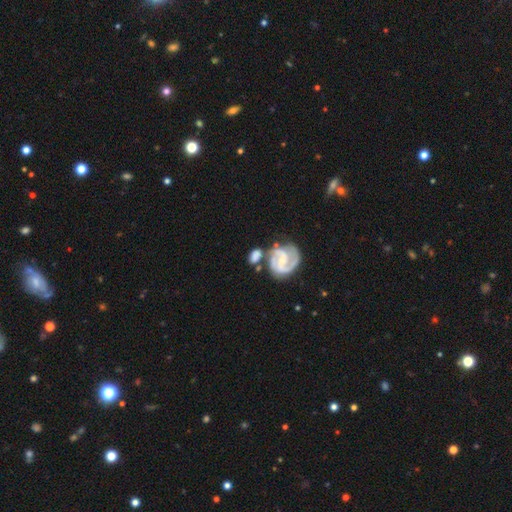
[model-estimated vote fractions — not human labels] smooth_or_featured: featured or disk (p=0.72) [alt: smooth p=0.21]
disk_edge_on: no (p=0.97) [alt: yes p=0.03]
bar: weak (p=0.42) [alt: no p=0.41]
has_spiral_arms: yes (p=0.93) [alt: no p=0.07]
spiral_winding: medium (p=0.47) [alt: tight p=0.38]
spiral_arm_count: 2 (p=0.67) [alt: 3 p=0.16]
bulge_size: small (p=0.66) [alt: moderate p=0.26]
merging: none (p=0.47) [alt: merger p=0.25]